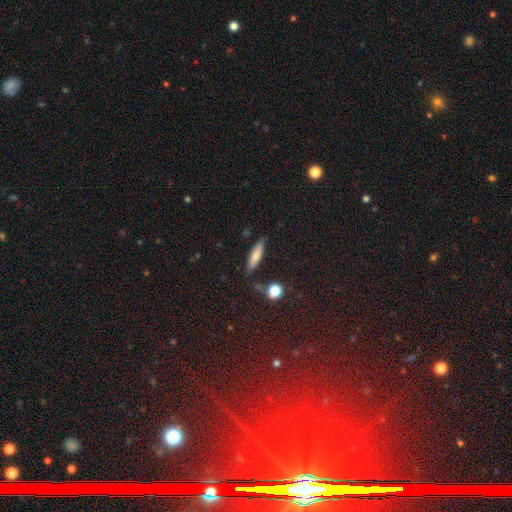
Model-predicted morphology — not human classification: This is likely a smooth galaxy (71%). How rounded: likely cigar-shaped (70%). Merging: likely none (79%).